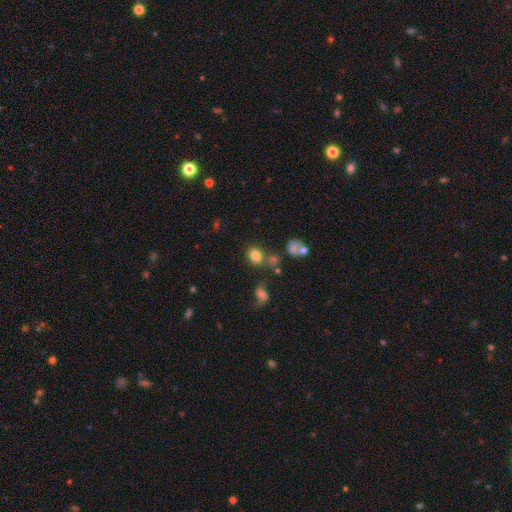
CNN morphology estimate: smooth 79%, star or artifact 13%, featured or disk 8%. Down the decision tree: how rounded — round (51%); merging — none (67%).